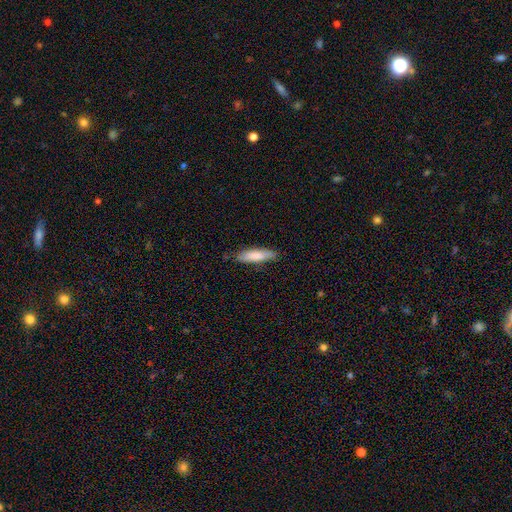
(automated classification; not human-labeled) A smooth galaxy with no disk features (78%) that is cigar-shaped (63%). Merging: none (84%).